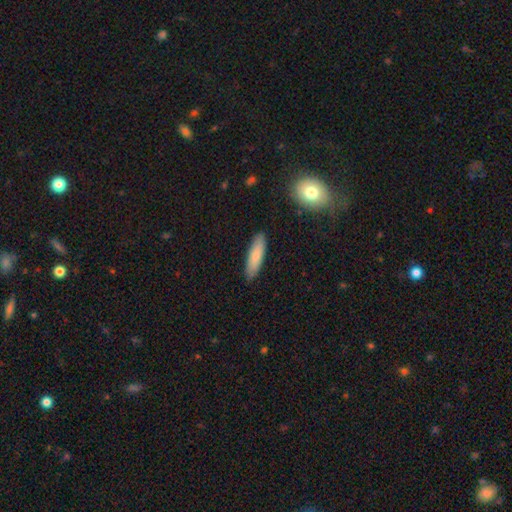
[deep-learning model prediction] Morphology: type=smooth (80%); roundness=cigar-shaped (66%); merging=none (87%).